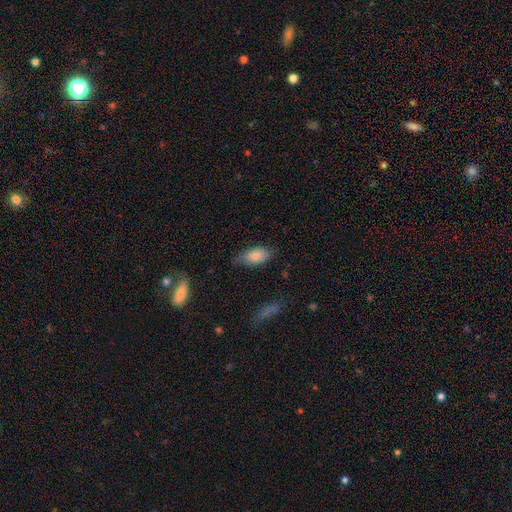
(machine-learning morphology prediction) Overall: smooth (83%). How rounded: in between (91%). Merging: none (70%).